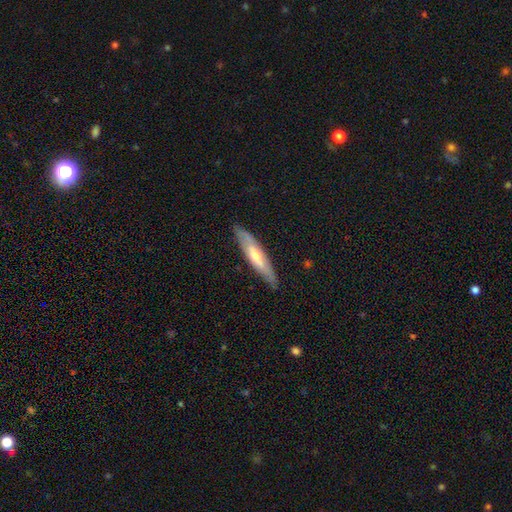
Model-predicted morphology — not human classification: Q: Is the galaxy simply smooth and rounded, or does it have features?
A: featured or disk — 56%.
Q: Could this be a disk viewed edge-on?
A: yes — 70%.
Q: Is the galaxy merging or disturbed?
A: none — 85%.